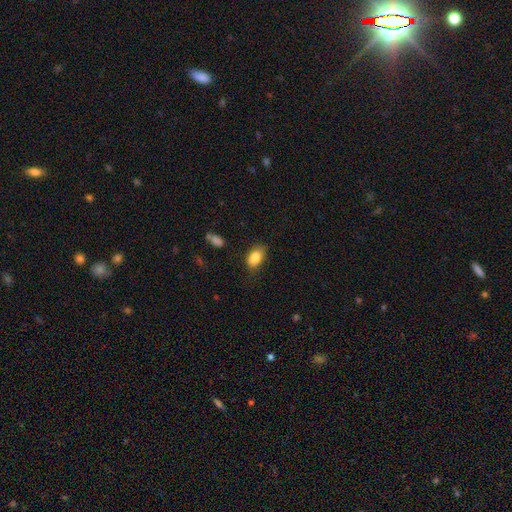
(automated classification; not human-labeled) smooth_or_featured: smooth (p=0.85) [alt: star or artifact p=0.08]
how_rounded: in between (p=0.90) [alt: round p=0.08]
merging: none (p=0.76) [alt: minor disturbance p=0.18]